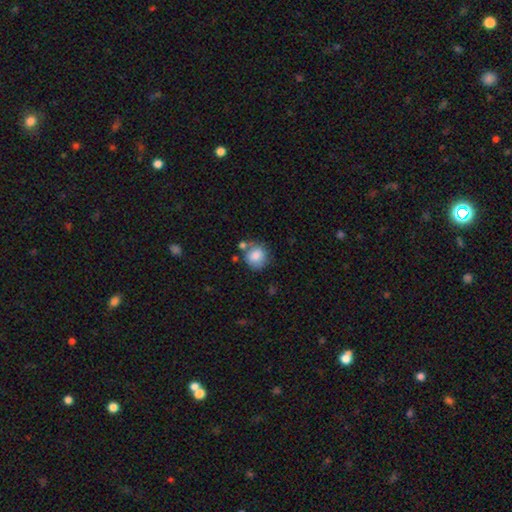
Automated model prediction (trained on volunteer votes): Smooth or featured?
  - smooth: 84% *
  - star or artifact: 8%
  - featured or disk: 8%
How rounded?
  - round: 85% *
  - in between: 14%
  - cigar-shaped: 1%
Merging?
  - none: 62% *
  - minor disturbance: 17%
  - merger: 15%
  - major disturbance: 6%